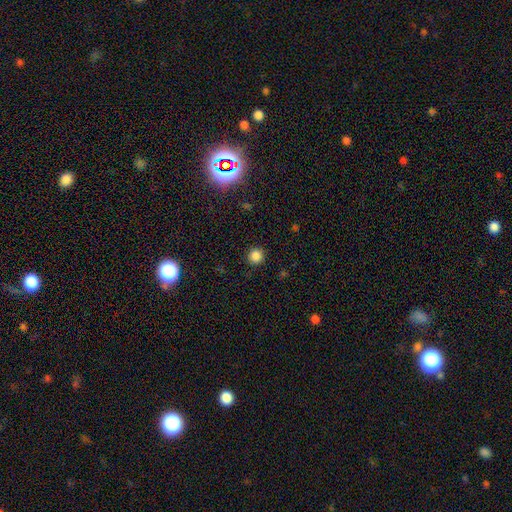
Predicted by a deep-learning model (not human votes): Overall: smooth (84%). How rounded: round (94%). Merging: none (91%).